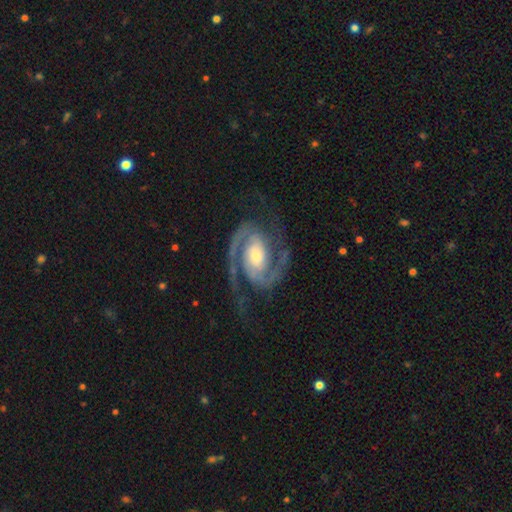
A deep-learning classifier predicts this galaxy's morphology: type=featured or disk (94%); edge-on=no (98%); bar=no (45%); spiral arms=yes (99%); winding=medium (56%); arm count=2 (94%); bulge=moderate (49%); merging=none (76%).